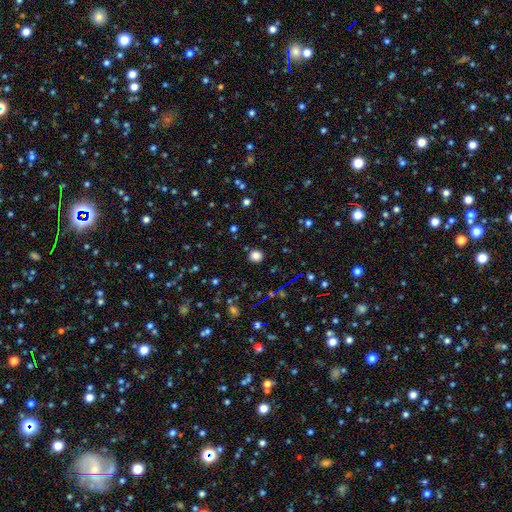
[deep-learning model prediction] This appears to be a smooth galaxy with no disk features (80%) that is round (89%). Merging: none (90%).